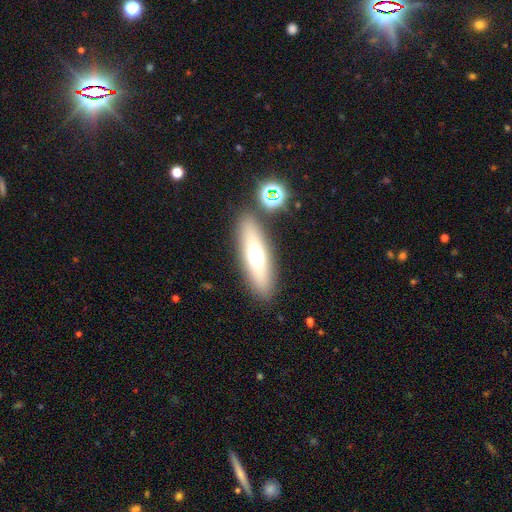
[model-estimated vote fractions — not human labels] This appears to be a smooth galaxy with no disk features (54%) that is cigar-shaped (50%). Merging: none (81%).